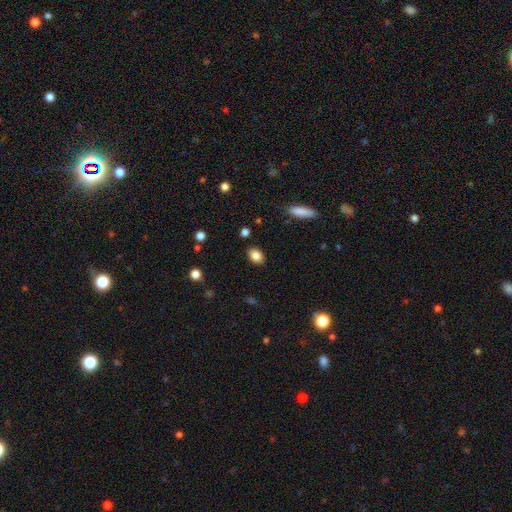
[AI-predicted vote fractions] Smooth or featured? Predicted: smooth (p=0.85). How rounded? Predicted: in between (p=0.80). Merging? Predicted: none (p=0.87).